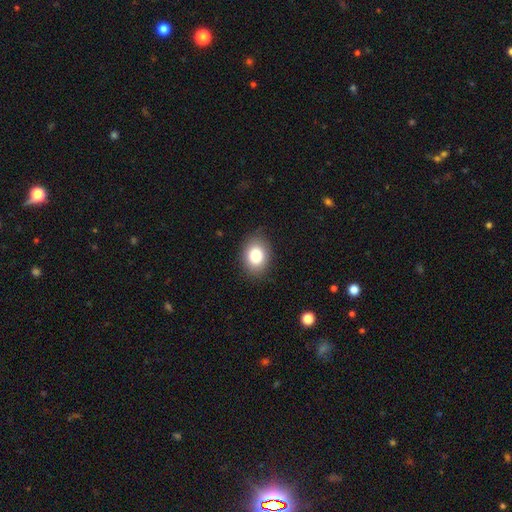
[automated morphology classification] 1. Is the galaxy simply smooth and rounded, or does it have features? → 81% smooth, 10% featured or disk, 9% star or artifact.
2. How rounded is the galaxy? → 62% in between, 37% round, 1% cigar-shaped.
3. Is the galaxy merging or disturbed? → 85% none, 11% minor disturbance, 3% major disturbance, 1% merger.